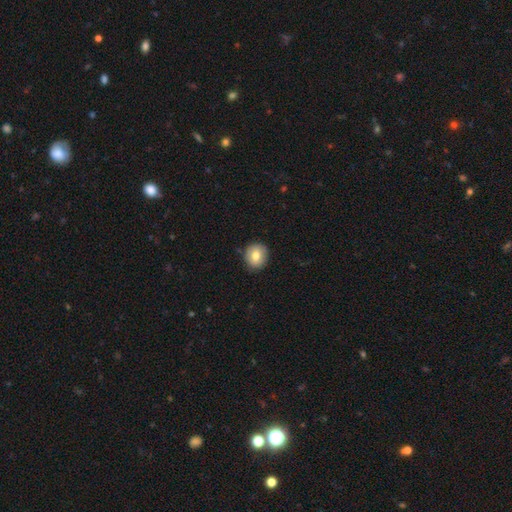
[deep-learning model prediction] A smooth galaxy with no disk features (76%) that is round (88%).

Vote fractions:
- Smooth or featured? smooth: 76% / featured or disk: 16% / star or artifact: 8%
- How rounded? round: 88% / in between: 11% / cigar-shaped: 1%
- Merging? none: 88% / minor disturbance: 9% / major disturbance: 2% / merger: 1%